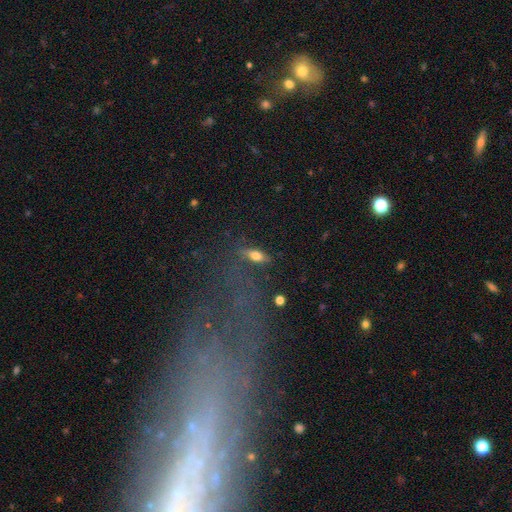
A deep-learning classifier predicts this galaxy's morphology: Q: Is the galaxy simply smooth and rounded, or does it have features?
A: smooth — 60%.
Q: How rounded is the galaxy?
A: in between — 63%.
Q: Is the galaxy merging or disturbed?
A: none — 76%.